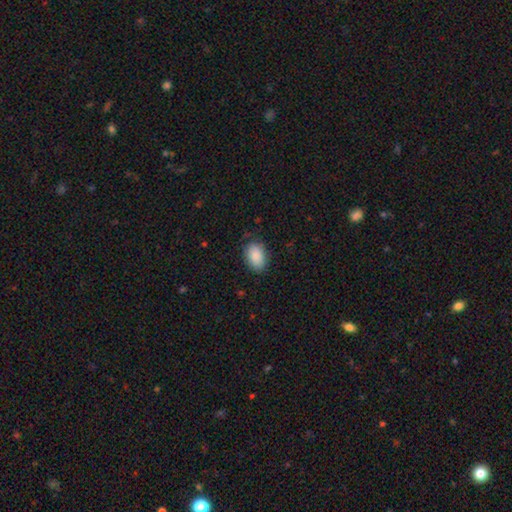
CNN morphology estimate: A smooth galaxy with no disk features (89%) that is in between round and cigar-shaped (88%).

Vote fractions:
- Smooth or featured? smooth: 89% / star or artifact: 6% / featured or disk: 4%
- How rounded? in between: 88% / round: 11% / cigar-shaped: 1%
- Merging? none: 81% / minor disturbance: 15% / major disturbance: 4% / merger: 1%